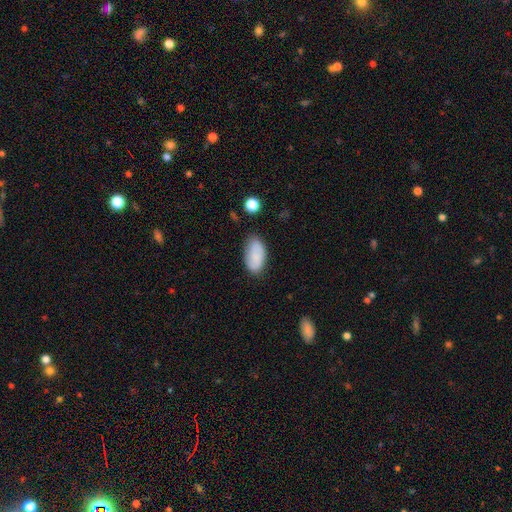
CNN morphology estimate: smooth_or_featured: smooth (p=0.83) [alt: featured or disk p=0.10]
how_rounded: in between (p=0.94) [alt: round p=0.03]
merging: none (p=0.72) [alt: minor disturbance p=0.21]